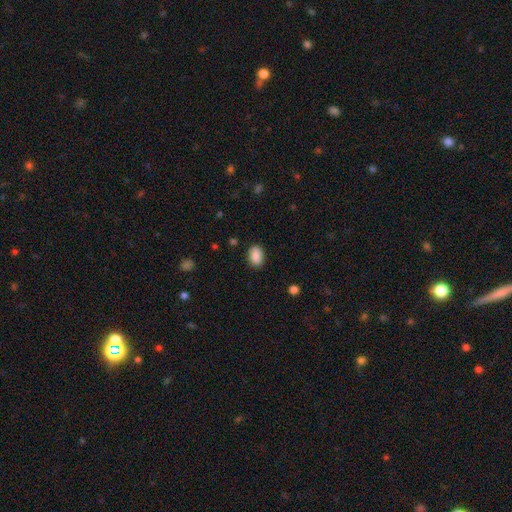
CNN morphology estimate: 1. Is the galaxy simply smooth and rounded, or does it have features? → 89% smooth, 7% star or artifact, 3% featured or disk.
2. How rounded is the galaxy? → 86% in between, 13% round, 1% cigar-shaped.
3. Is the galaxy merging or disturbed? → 87% none, 9% minor disturbance, 2% major disturbance, 1% merger.